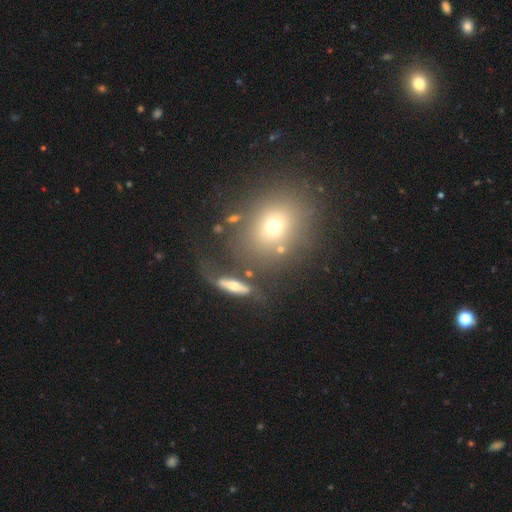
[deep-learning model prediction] The model was most divided on "how rounded": round: 59%, in between: 39%, cigar-shaped: 2%. More confident: merging — none (64%); smooth or featured — smooth (50%).